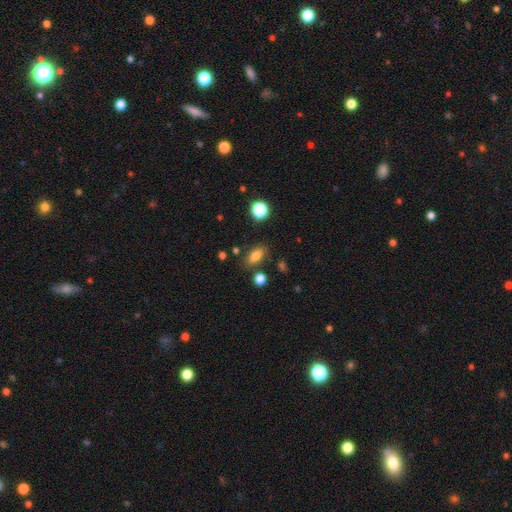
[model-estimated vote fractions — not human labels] smooth_or_featured: smooth (p=0.77) [alt: featured or disk p=0.12]
how_rounded: in between (p=0.82) [alt: round p=0.09]
merging: none (p=0.78) [alt: minor disturbance p=0.13]